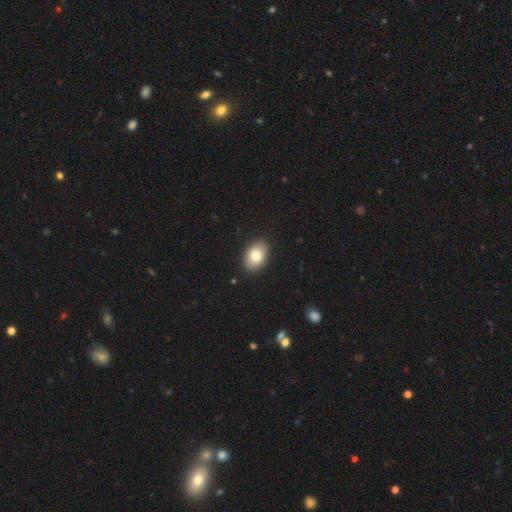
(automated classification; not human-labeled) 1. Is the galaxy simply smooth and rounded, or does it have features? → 84% smooth, 9% featured or disk, 7% star or artifact.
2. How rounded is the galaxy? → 87% in between, 12% round, 1% cigar-shaped.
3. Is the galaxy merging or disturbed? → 89% none, 8% minor disturbance, 2% major disturbance, 1% merger.